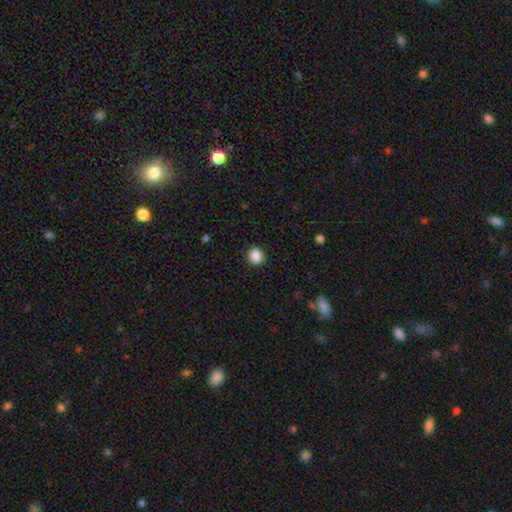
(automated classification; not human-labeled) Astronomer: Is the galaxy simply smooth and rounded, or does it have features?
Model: smooth — 88%.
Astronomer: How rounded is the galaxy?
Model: round — 88%.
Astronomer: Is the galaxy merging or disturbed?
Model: none — 92%.